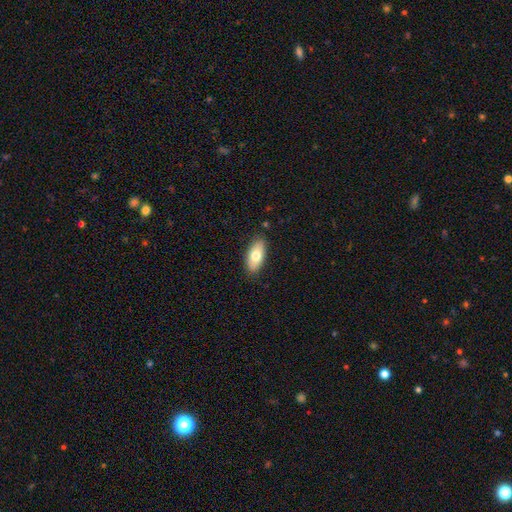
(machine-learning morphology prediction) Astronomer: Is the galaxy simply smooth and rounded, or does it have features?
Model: smooth — 74%.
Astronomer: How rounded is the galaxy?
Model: in between — 88%.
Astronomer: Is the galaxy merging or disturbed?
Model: none — 86%.